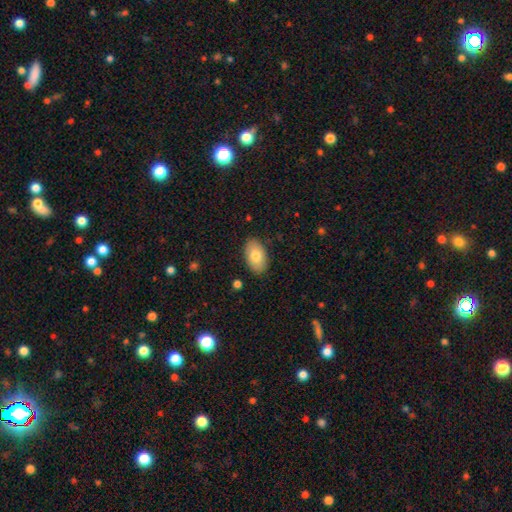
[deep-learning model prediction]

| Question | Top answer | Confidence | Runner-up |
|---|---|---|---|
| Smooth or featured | smooth | 78% | featured or disk (16%) |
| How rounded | in between | 93% | round (6%) |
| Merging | none | 87% | minor disturbance (10%) |